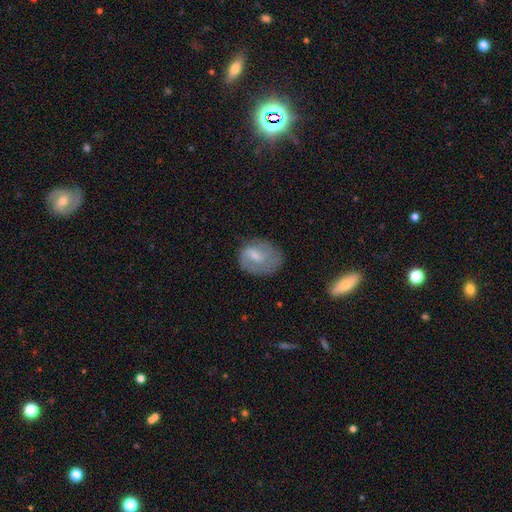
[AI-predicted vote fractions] Morphology: type=featured or disk (48%); merging=none (54%).